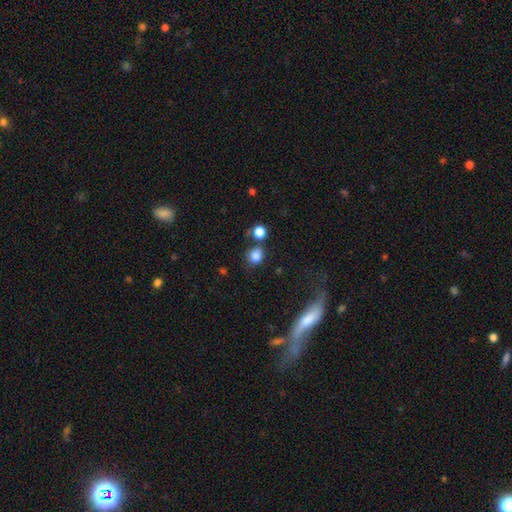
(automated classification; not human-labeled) Smooth or featured?
  - smooth: 83% *
  - star or artifact: 11%
  - featured or disk: 6%
How rounded?
  - round: 74% *
  - in between: 25%
  - cigar-shaped: 1%
Merging?
  - none: 61% *
  - merger: 17%
  - minor disturbance: 14%
  - major disturbance: 7%